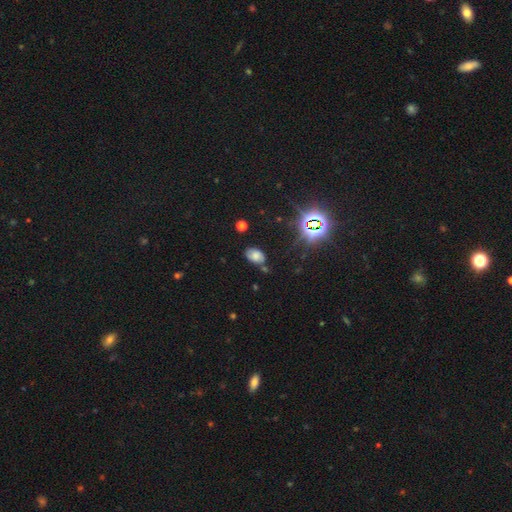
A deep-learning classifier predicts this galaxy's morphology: smooth-or-featured: smooth: 65% | star or artifact: 21% | featured or disk: 14%
  how-rounded: in between: 87% | round: 12% | cigar-shaped: 1%
  merging: none: 67% | minor disturbance: 21% | merger: 7% | major disturbance: 5%